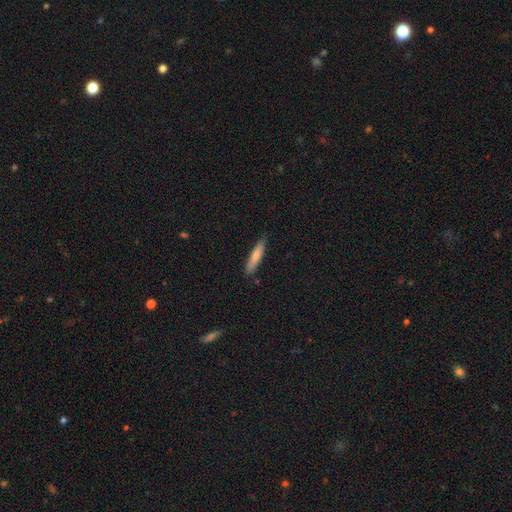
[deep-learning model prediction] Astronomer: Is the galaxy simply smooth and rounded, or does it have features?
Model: smooth — 74%.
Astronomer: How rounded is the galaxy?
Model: cigar-shaped — 87%.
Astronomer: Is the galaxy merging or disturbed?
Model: none — 85%.